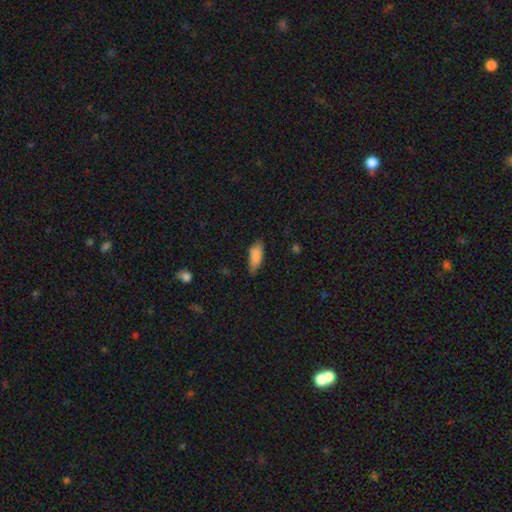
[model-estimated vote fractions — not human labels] The model was most divided on "merging": none: 61%, minor disturbance: 32%, major disturbance: 6%, merger: 2%. More confident: smooth or featured — smooth (86%); how rounded — in between (79%).